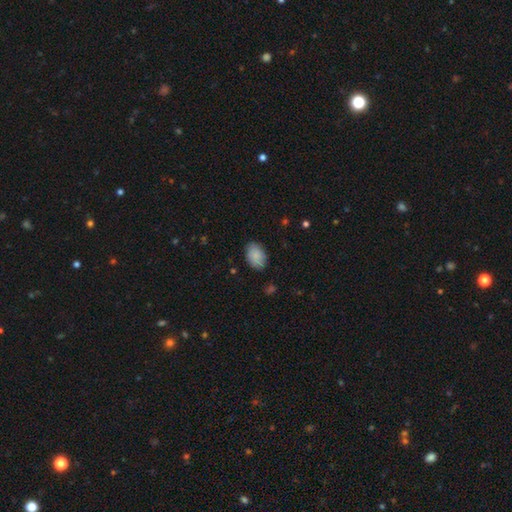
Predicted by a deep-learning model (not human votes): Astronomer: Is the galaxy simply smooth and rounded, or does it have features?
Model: smooth — 89%.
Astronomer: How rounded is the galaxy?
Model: in between — 88%.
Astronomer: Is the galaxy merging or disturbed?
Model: none — 85%.